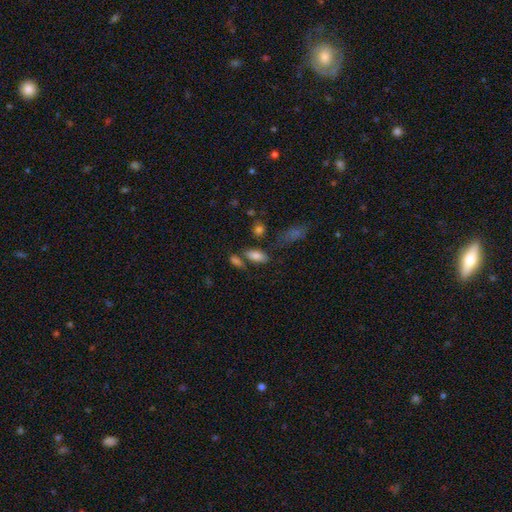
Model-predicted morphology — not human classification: smooth_or_featured: smooth (p=0.81) [alt: featured or disk p=0.10]
how_rounded: in between (p=0.87) [alt: cigar-shaped p=0.09]
merging: none (p=0.61) [alt: merger p=0.20]